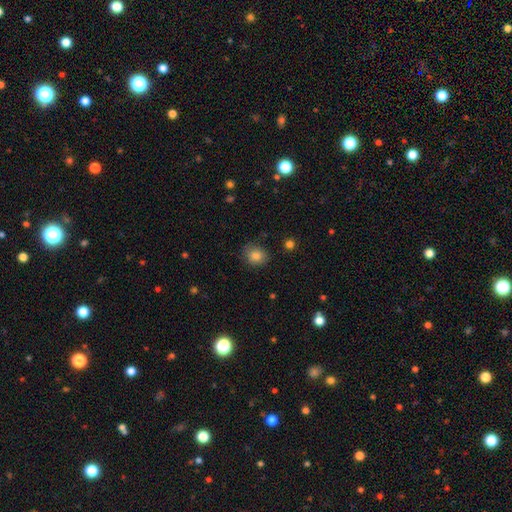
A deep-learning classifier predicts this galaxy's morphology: smooth 83%, star or artifact 10%, featured or disk 6%. Down the decision tree: how rounded — round (68%); merging — none (79%).